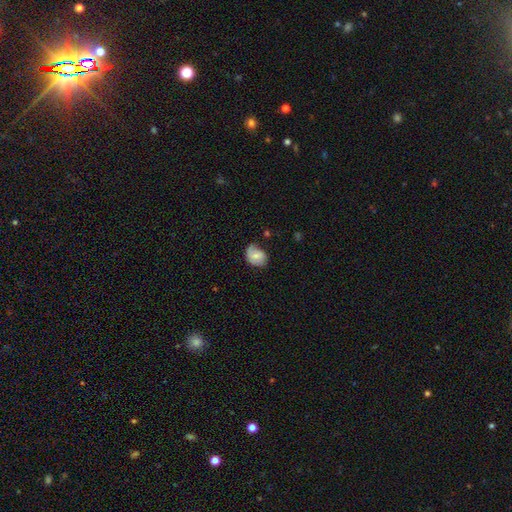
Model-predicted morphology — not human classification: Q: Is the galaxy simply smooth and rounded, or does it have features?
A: smooth — 63%.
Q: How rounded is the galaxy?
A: in between — 58%.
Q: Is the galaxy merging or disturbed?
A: none — 51%.